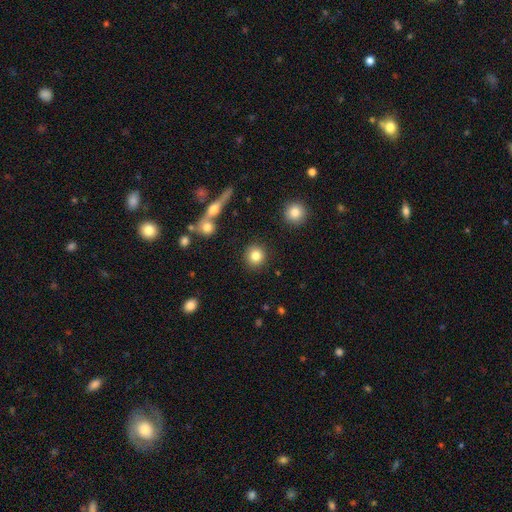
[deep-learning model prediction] A smooth galaxy with no disk features (84%) that is round (92%).

Vote fractions:
- Smooth or featured? smooth: 84% / star or artifact: 9% / featured or disk: 7%
- How rounded? round: 92% / in between: 7% / cigar-shaped: 1%
- Merging? none: 89% / minor disturbance: 6% / merger: 3% / major disturbance: 2%